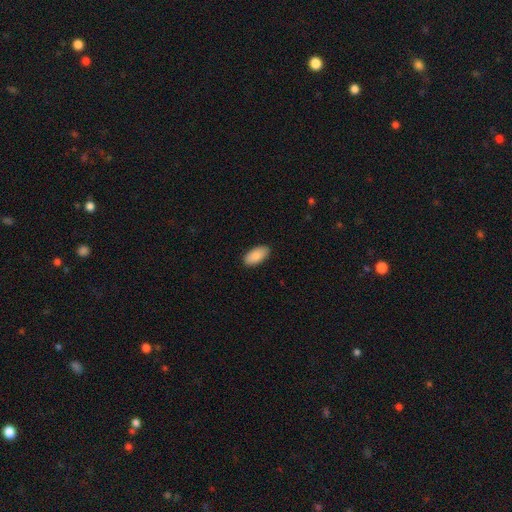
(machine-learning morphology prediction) Q: Smooth or featured?
A: smooth (88%); runner-up: star or artifact (6%)
Q: How rounded?
A: in between (95%); runner-up: cigar-shaped (3%)
Q: Merging?
A: none (89%); runner-up: minor disturbance (9%)